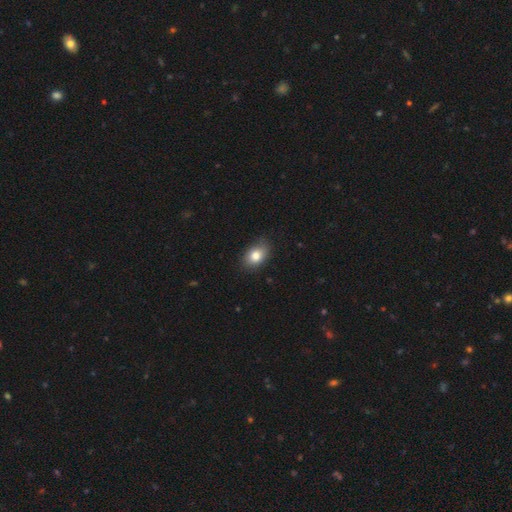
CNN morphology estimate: Smooth or featured? Predicted: smooth (p=0.83). How rounded? Predicted: in between (p=0.81). Merging? Predicted: none (p=0.79).